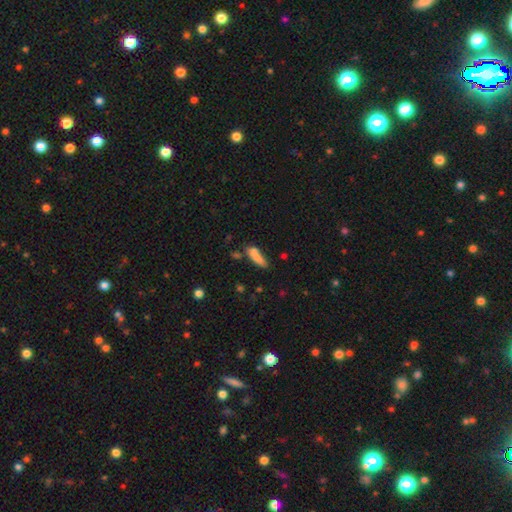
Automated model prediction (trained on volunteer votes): Q: Smooth or featured?
A: smooth (77%); runner-up: featured or disk (14%)
Q: How rounded?
A: cigar-shaped (62%); runner-up: in between (35%)
Q: Merging?
A: none (50%); runner-up: minor disturbance (22%)